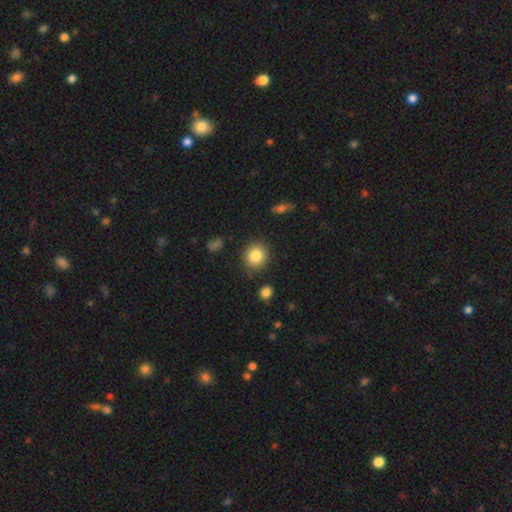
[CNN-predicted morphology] smooth-or-featured: smooth: 84% | star or artifact: 10% | featured or disk: 7%
  how-rounded: round: 85% | in between: 14% | cigar-shaped: 1%
  merging: none: 88% | minor disturbance: 8% | major disturbance: 2% | merger: 2%